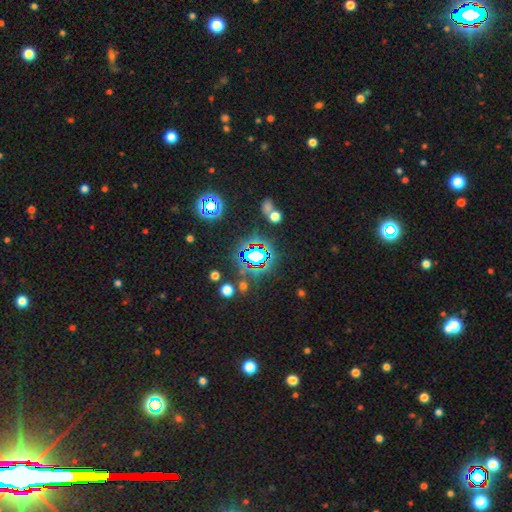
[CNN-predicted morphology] Smooth or featured? star or artifact (68%)